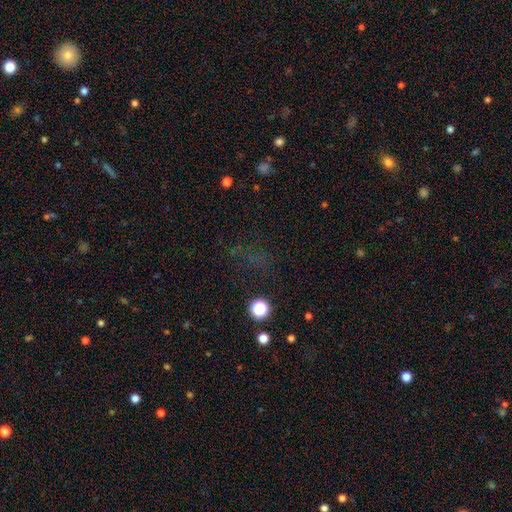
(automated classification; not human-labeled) This appears to be a star or artifact, not a galaxy (56%).